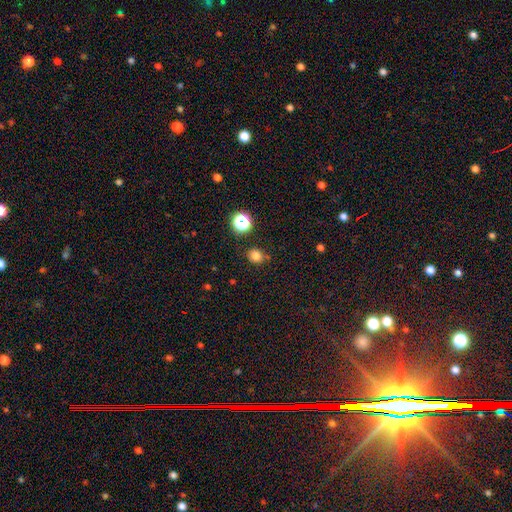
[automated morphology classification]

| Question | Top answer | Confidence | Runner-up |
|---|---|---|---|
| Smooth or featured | smooth | 78% | star or artifact (17%) |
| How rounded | round | 72% | in between (27%) |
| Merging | none | 79% | minor disturbance (13%) |